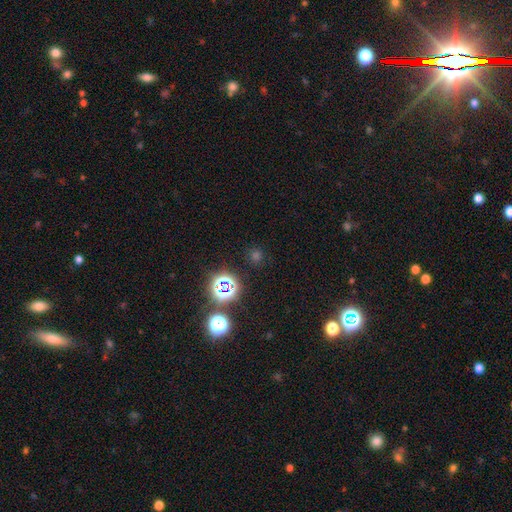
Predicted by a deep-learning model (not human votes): A star or artifact, not a galaxy (55%).

Vote fractions:
- Smooth or featured? star or artifact: 55% / smooth: 38% / featured or disk: 7%